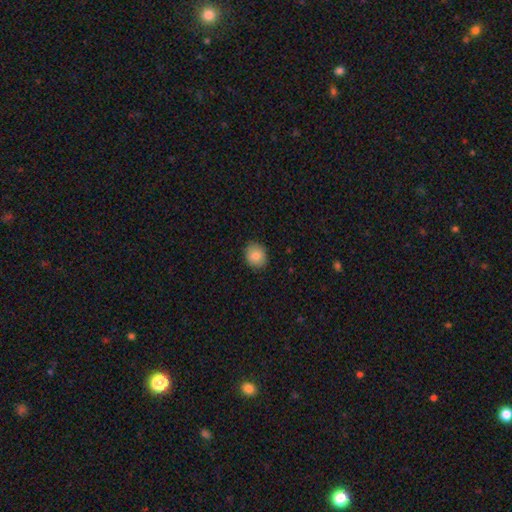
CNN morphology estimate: smooth 84%, star or artifact 8%, featured or disk 8%. Down the decision tree: how rounded — round (65%); merging — none (88%).